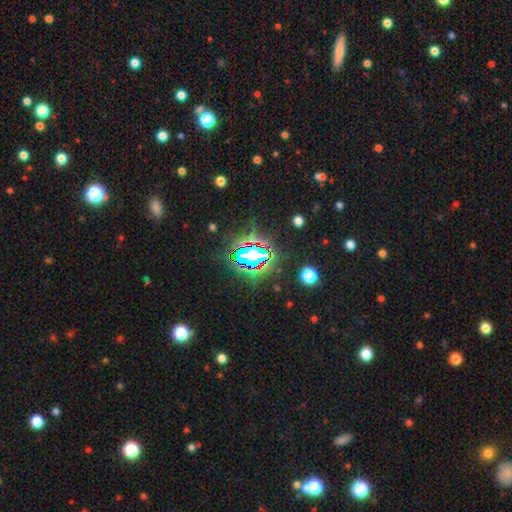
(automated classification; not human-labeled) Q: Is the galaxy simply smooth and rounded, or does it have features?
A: star or artifact — 79%.